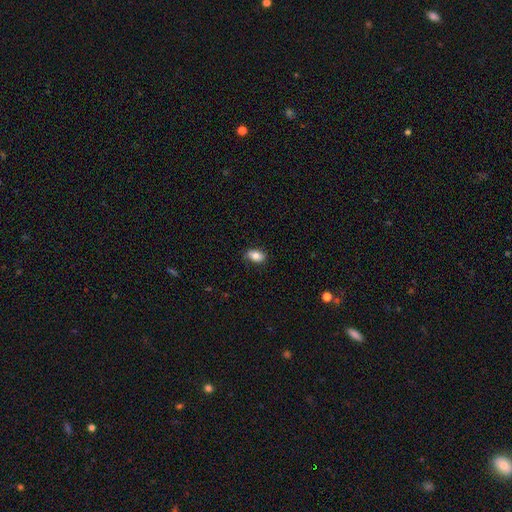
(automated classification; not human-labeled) Q: Smooth or featured?
A: smooth (81%); runner-up: featured or disk (11%)
Q: How rounded?
A: in between (88%); runner-up: round (10%)
Q: Merging?
A: none (78%); runner-up: minor disturbance (17%)